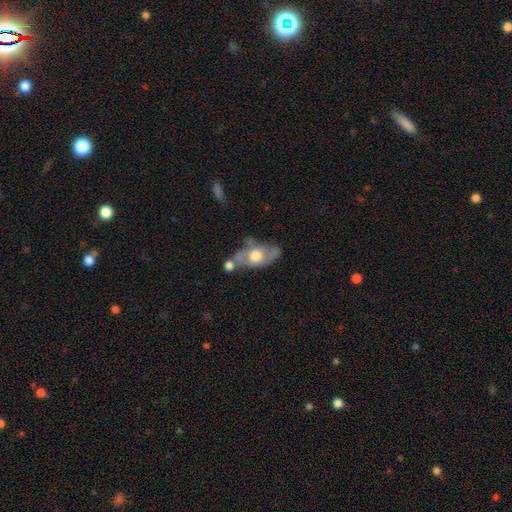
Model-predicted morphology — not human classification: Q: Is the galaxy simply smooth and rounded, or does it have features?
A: featured or disk — 52%.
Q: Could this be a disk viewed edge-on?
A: no — 74%.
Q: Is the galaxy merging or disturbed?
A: none — 46%.